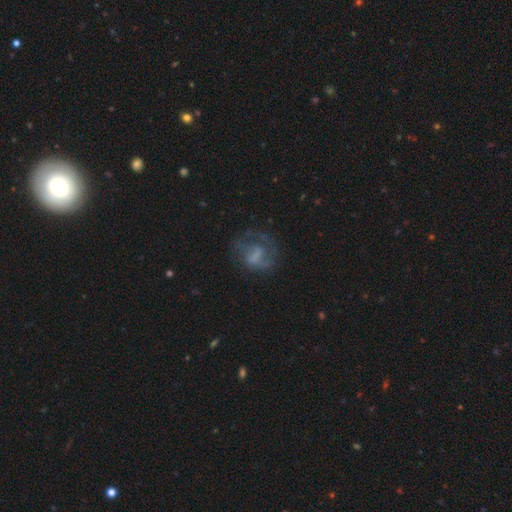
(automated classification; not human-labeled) A featured or disk galaxy (54%) with no bar (46%), spiral arms (61%) and no central bulge (54%). Merging: none (46%).